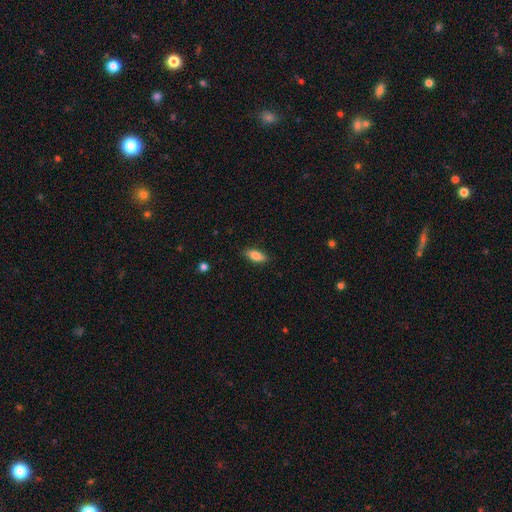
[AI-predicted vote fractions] Overall: smooth (83%). How rounded: in between (79%). Merging: none (86%).